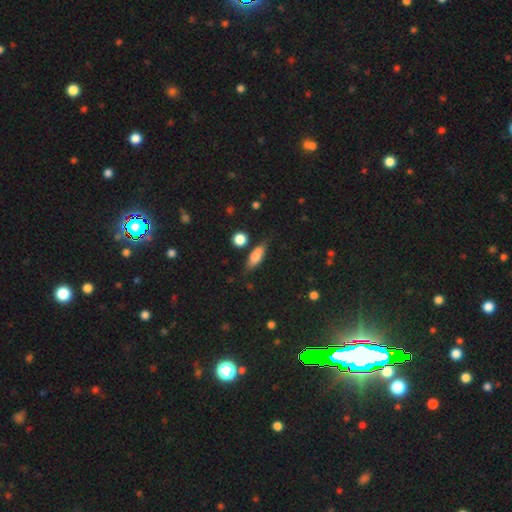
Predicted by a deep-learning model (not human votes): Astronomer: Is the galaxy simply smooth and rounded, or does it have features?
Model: smooth — 71%.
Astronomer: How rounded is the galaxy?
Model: in between — 57% (runner-up: cigar-shaped, 37%).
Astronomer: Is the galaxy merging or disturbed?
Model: none — 66%.